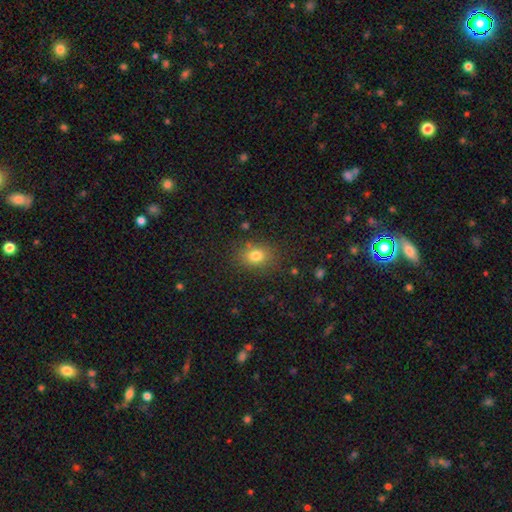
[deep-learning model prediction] smooth 79%, star or artifact 13%, featured or disk 8%. Down the decision tree: how rounded — in between (53%); merging — none (82%).